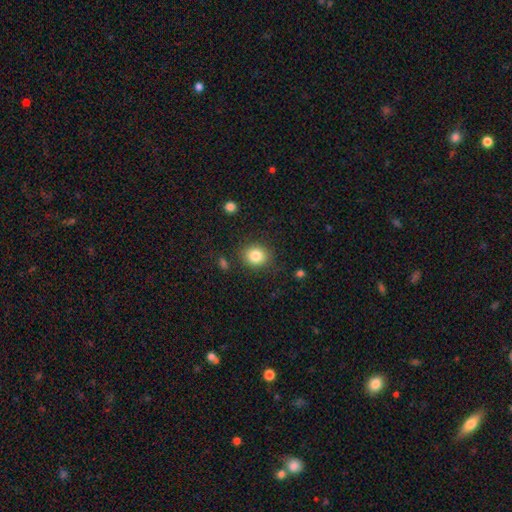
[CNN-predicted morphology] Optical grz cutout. It shows a smooth galaxy with no disk features (84%) that is round (77%). Merging: none (86%).